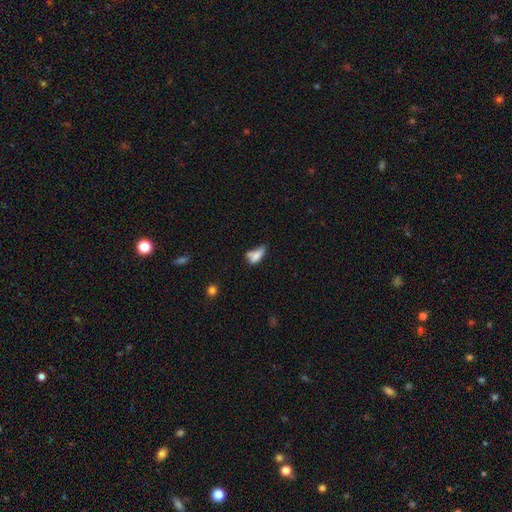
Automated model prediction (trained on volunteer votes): Smooth or featured: smooth — 74% (featured or disk — 17%)
How rounded: in between — 79% (cigar-shaped — 16%)
Merging: merger — 31% (none — 29%)